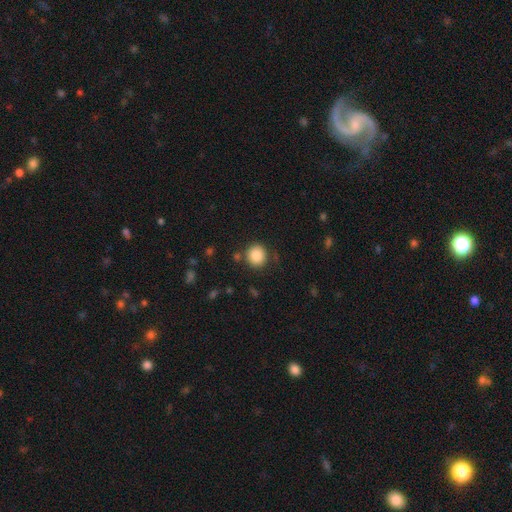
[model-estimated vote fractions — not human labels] A smooth galaxy with no disk features (86%) that is round (89%).

Vote fractions:
- Smooth or featured? smooth: 86% / star or artifact: 9% / featured or disk: 5%
- How rounded? round: 89% / in between: 10% / cigar-shaped: 1%
- Merging? none: 83% / minor disturbance: 10% / merger: 4% / major disturbance: 4%